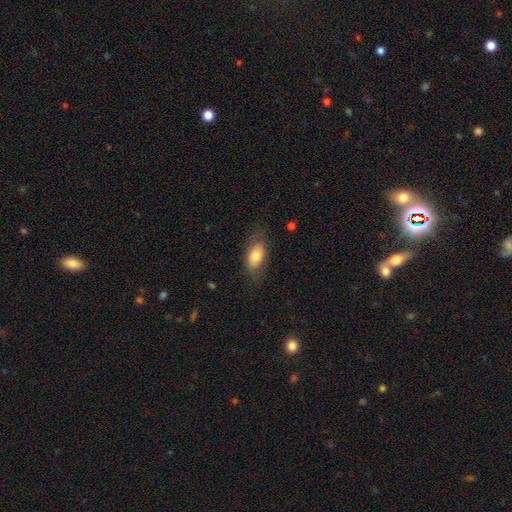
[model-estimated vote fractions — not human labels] Smooth or featured?
  - smooth: 72% *
  - featured or disk: 21%
  - star or artifact: 7%
How rounded?
  - in between: 88% *
  - cigar-shaped: 6%
  - round: 6%
Merging?
  - none: 73% *
  - minor disturbance: 19%
  - major disturbance: 7%
  - merger: 1%